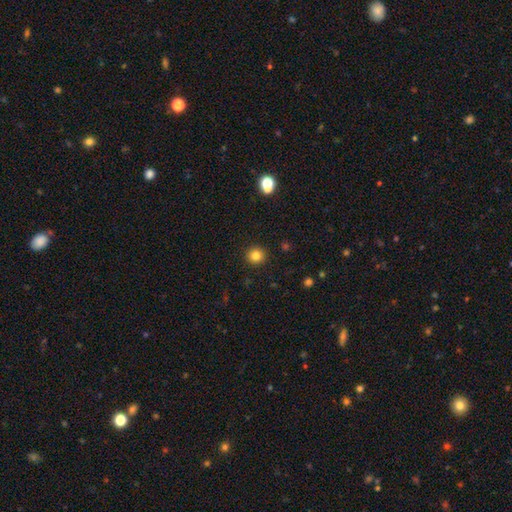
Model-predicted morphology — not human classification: This appears to be a smooth galaxy with no disk features (83%) that is round (94%). Merging: none (92%).